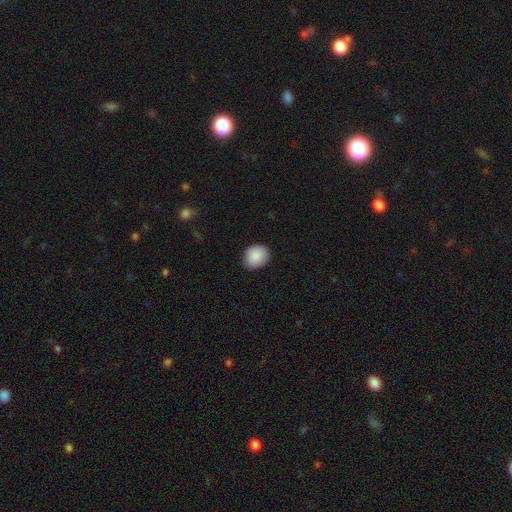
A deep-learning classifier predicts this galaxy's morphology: A smooth galaxy with no disk features (89%) that is round (61%).

Vote fractions:
- Smooth or featured? smooth: 89% / star or artifact: 7% / featured or disk: 4%
- How rounded? round: 61% / in between: 38% / cigar-shaped: 1%
- Merging? none: 85% / minor disturbance: 11% / major disturbance: 2% / merger: 1%